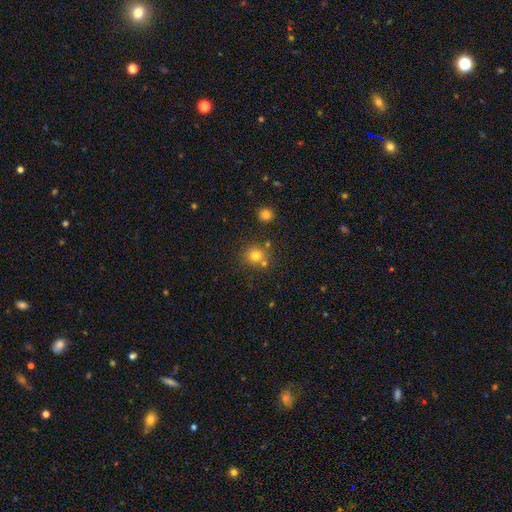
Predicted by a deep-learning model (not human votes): Overall: smooth (76%). How rounded: round (88%). Merging: none (68%).